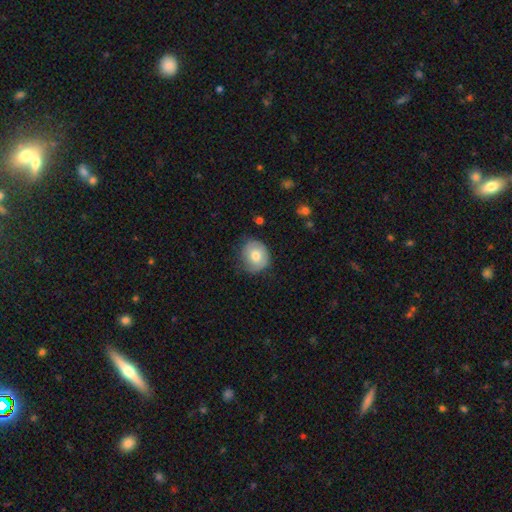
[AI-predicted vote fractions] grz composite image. It shows a smooth galaxy with no disk features (66%) that is round (75%). Merging: none (70%).